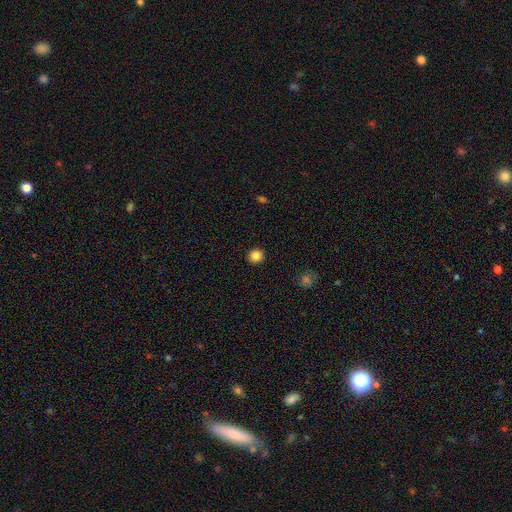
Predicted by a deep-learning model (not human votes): A smooth galaxy with no disk features (85%) that is round (92%).

Vote fractions:
- Smooth or featured? smooth: 85% / star or artifact: 11% / featured or disk: 4%
- How rounded? round: 92% / in between: 7% / cigar-shaped: 1%
- Merging? none: 93% / minor disturbance: 4% / major disturbance: 1% / merger: 1%